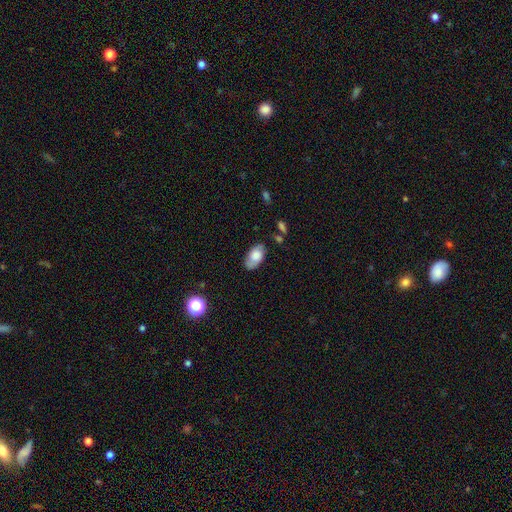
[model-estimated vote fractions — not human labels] Smooth or featured? Predicted: smooth (p=0.63). How rounded? Predicted: in between (p=0.92). Merging? Predicted: none (p=0.73).